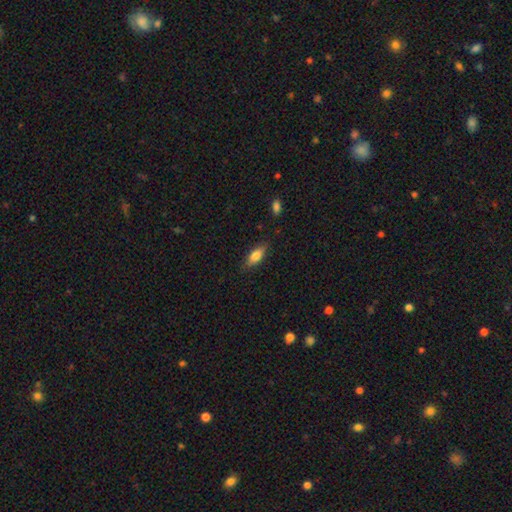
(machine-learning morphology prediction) Overall: smooth (72%). How rounded: in between (66%; cigar-shaped 31%). Merging: none (82%).